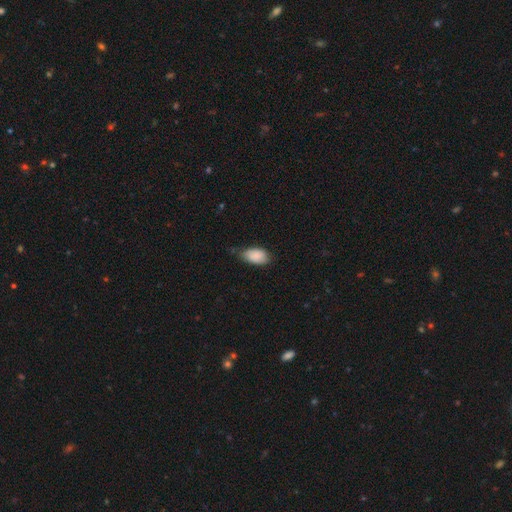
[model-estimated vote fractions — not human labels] Overall: smooth (87%). How rounded: in between (93%). Merging: none (52%; minor disturbance 40%).